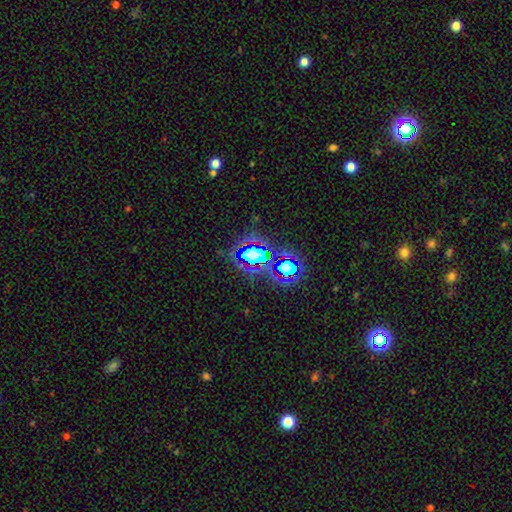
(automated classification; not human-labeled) Smooth or featured? star or artifact (62%)